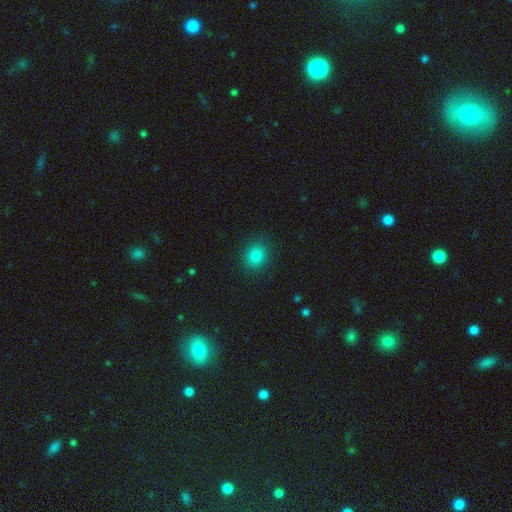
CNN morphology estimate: A smooth galaxy with no disk features (85%) that is round (69%).

Vote fractions:
- Smooth or featured? smooth: 85% / star or artifact: 12% / featured or disk: 3%
- How rounded? round: 69% / in between: 30% / cigar-shaped: 1%
- Merging? none: 88% / minor disturbance: 8% / major disturbance: 3% / merger: 1%